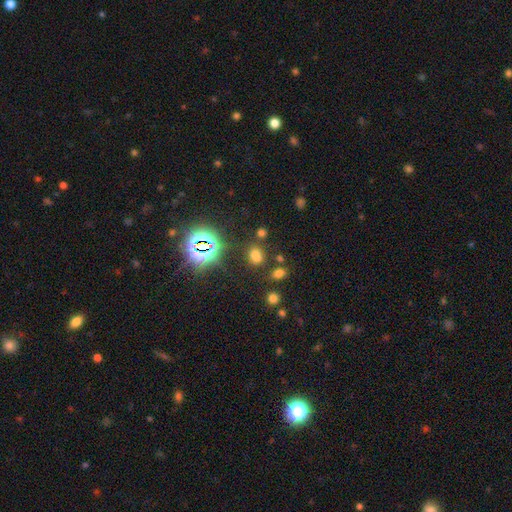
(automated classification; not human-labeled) Smooth or featured?
  - smooth: 60% *
  - star or artifact: 33%
  - featured or disk: 7%
How rounded?
  - in between: 66% *
  - round: 31%
  - cigar-shaped: 2%
Merging?
  - none: 72% *
  - minor disturbance: 13%
  - merger: 9%
  - major disturbance: 6%